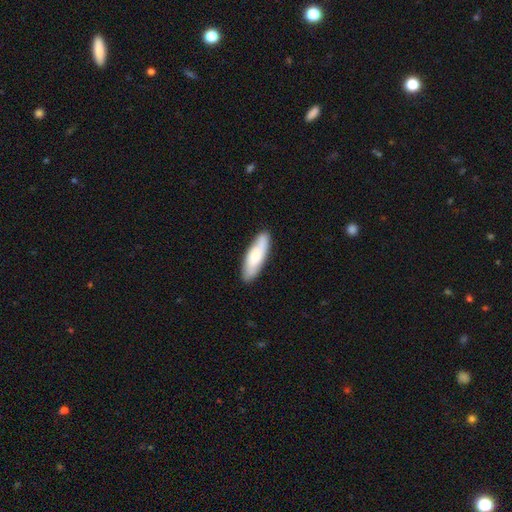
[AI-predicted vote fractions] smooth 72%, featured or disk 22%, star or artifact 5%. Down the decision tree: how rounded — cigar-shaped (51%); merging — none (85%).